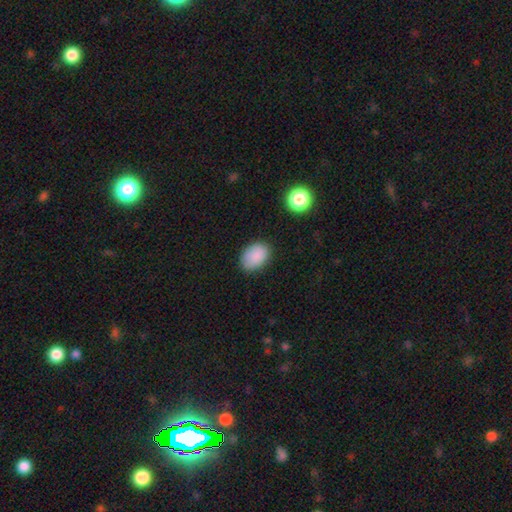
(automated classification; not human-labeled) smooth_or_featured: smooth (p=0.87) [alt: star or artifact p=0.08]
how_rounded: in between (p=0.79) [alt: round p=0.20]
merging: none (p=0.80) [alt: minor disturbance p=0.15]